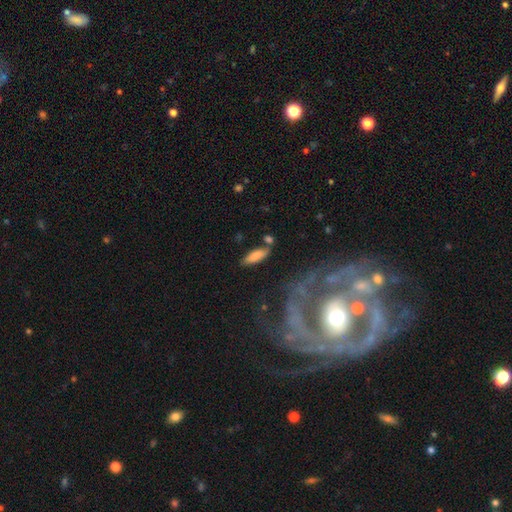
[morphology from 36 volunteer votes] Volunteers were most divided on "merging": none: 65%, minor disturbance: 15%, merger: 15%, major disturbance: 6%. More confident: how rounded — in between (83%); smooth or featured — smooth (81%).